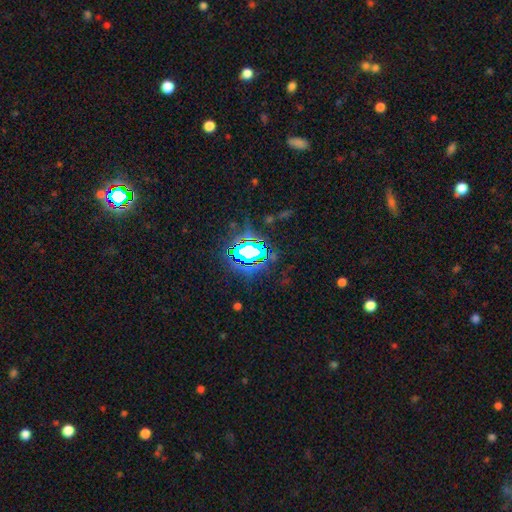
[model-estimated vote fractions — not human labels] star or artifact 80%, smooth 12%, featured or disk 8%.